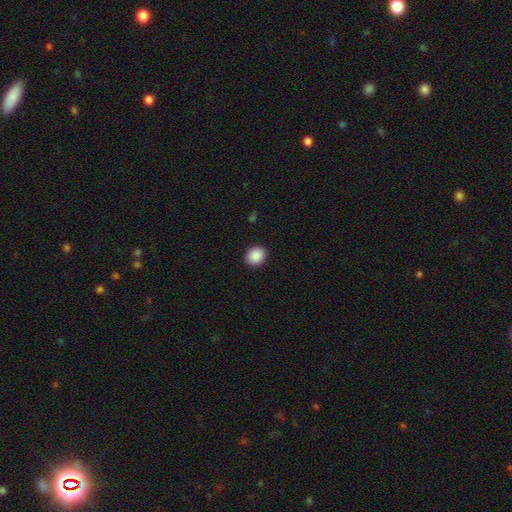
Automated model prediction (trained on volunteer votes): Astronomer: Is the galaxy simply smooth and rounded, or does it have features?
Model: smooth — 90%.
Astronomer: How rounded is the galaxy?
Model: round — 71%.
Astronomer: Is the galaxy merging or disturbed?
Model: none — 91%.